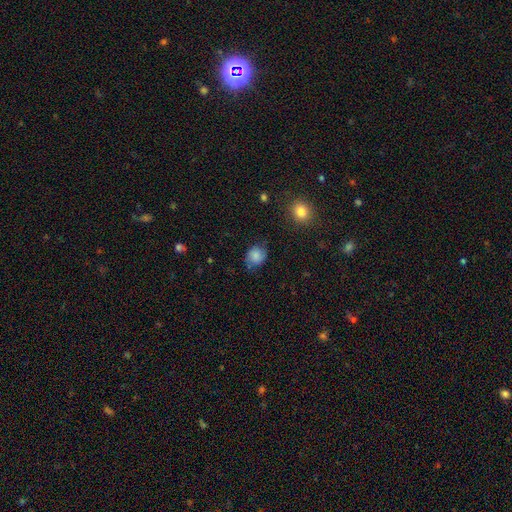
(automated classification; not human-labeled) Morphology: type=smooth (77%); roundness=round (64%); merging=none (70%).